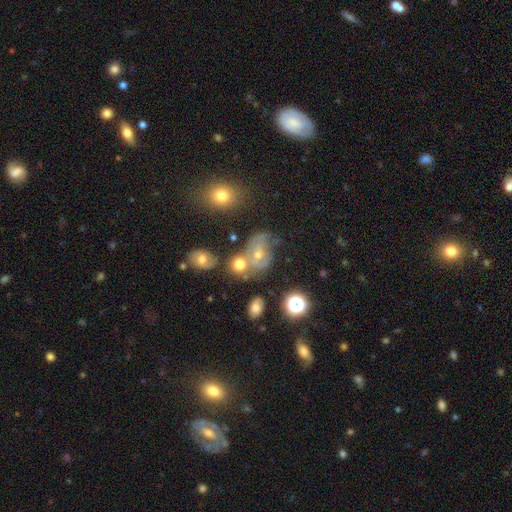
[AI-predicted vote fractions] Smooth or featured?
  - featured or disk: 52% *
  - smooth: 25%
  - star or artifact: 22%
Edge-on disk?
  - no: 95% *
  - yes: 5%
Merging?
  - none: 39% *
  - merger: 25%
  - minor disturbance: 20%
  - major disturbance: 16%